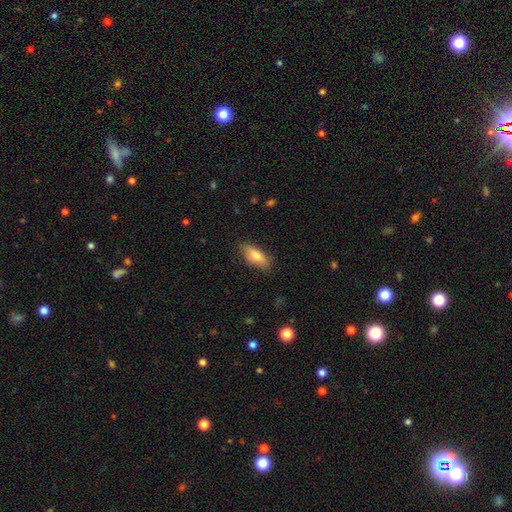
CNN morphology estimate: smooth 72%, featured or disk 21%, star or artifact 7%. Down the decision tree: how rounded — in between (72%); merging — none (82%).